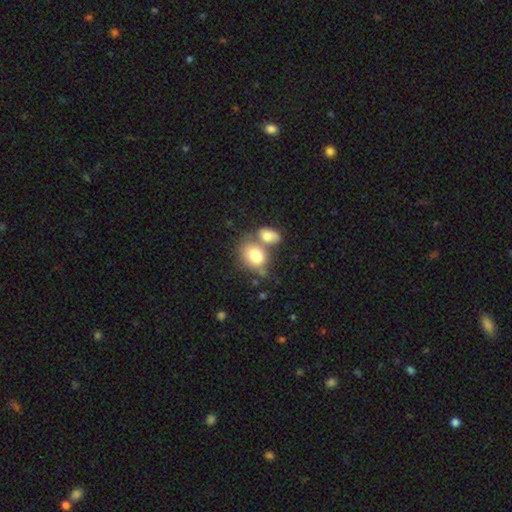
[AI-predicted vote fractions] Overall: smooth (77%). How rounded: in between (64%; round 35%). Merging: merger (47%; none 36%).